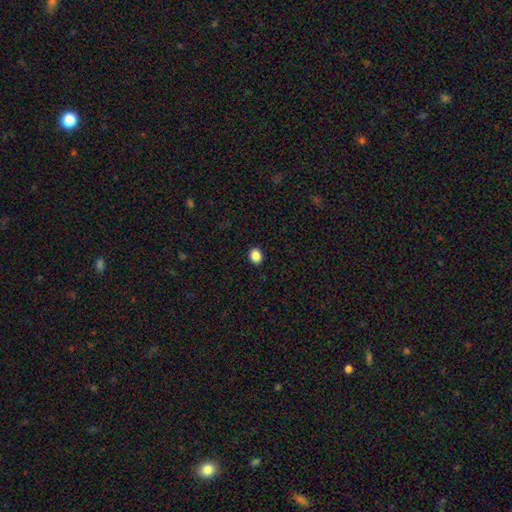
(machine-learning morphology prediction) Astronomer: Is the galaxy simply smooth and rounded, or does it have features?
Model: smooth — 87%.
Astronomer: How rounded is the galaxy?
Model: round — 61% (runner-up: in between, 38%).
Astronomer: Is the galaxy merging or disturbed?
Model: none — 91%.